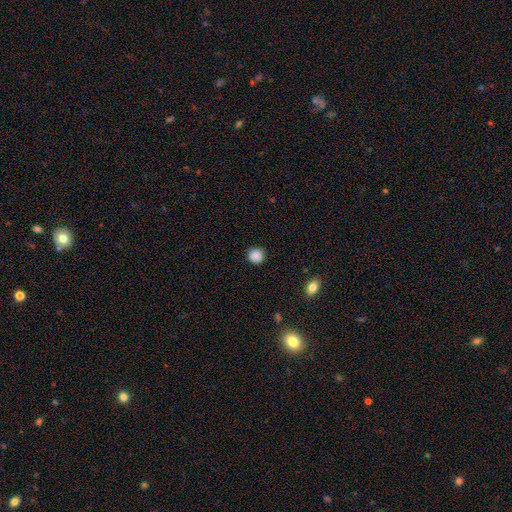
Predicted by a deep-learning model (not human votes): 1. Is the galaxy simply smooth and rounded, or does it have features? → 87% smooth, 10% star or artifact, 3% featured or disk.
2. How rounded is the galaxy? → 90% round, 9% in between, 1% cigar-shaped.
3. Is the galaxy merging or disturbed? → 87% none, 9% minor disturbance, 3% major disturbance, 1% merger.